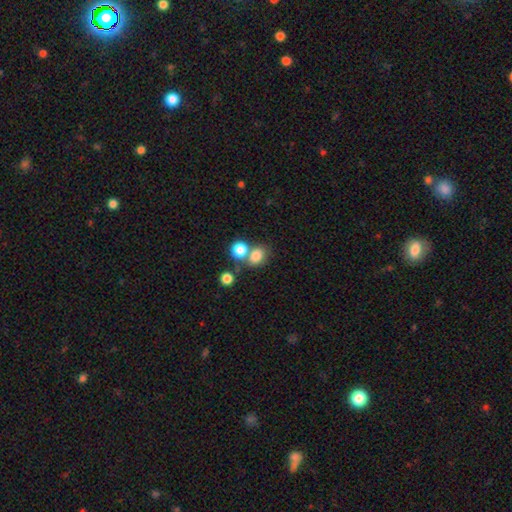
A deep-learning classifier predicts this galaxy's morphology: smooth-or-featured: smooth: 80% | star or artifact: 12% | featured or disk: 8%
  how-rounded: round: 56% | in between: 43% | cigar-shaped: 1%
  merging: none: 49% | merger: 38% | minor disturbance: 9% | major disturbance: 4%